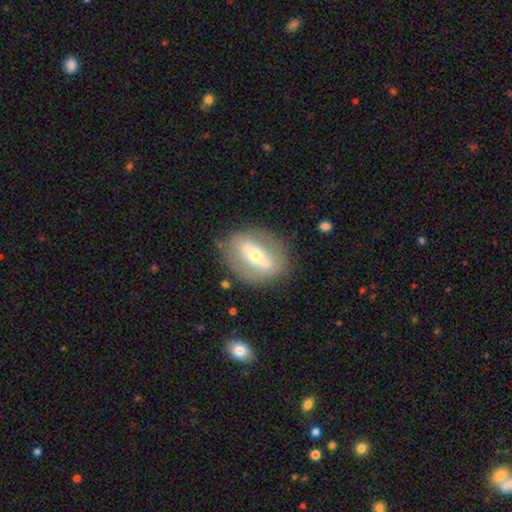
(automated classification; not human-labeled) This appears to be a featured or disk galaxy (60%) with a strong bar (48%), no spiral arms (74%) and a moderate central bulge (47%). Merging: none (76%).